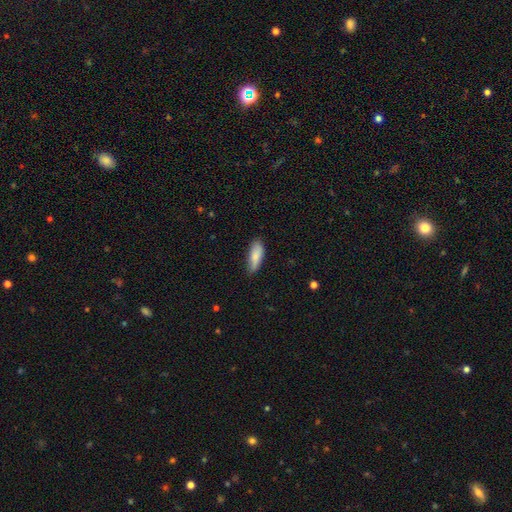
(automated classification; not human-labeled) smooth-or-featured: smooth: 82% | featured or disk: 12% | star or artifact: 6%
  how-rounded: in between: 66% | cigar-shaped: 32% | round: 2%
  merging: none: 72% | minor disturbance: 23% | major disturbance: 4% | merger: 1%